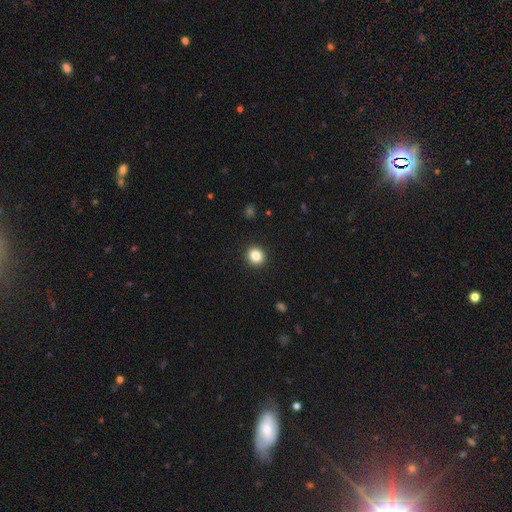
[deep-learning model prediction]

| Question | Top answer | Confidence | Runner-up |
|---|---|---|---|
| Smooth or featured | smooth | 85% | star or artifact (10%) |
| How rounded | round | 86% | in between (13%) |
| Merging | none | 92% | minor disturbance (5%) |